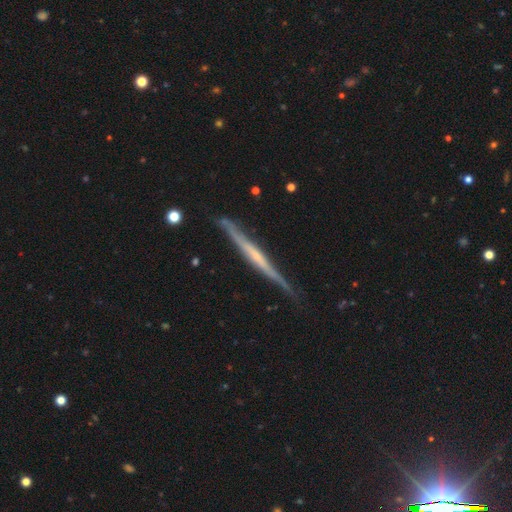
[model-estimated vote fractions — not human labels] featured or disk 73%, smooth 22%, star or artifact 5%. Down the decision tree: edge-on disk — yes (97%); edge-on bulge — none (57%); merging — none (78%).